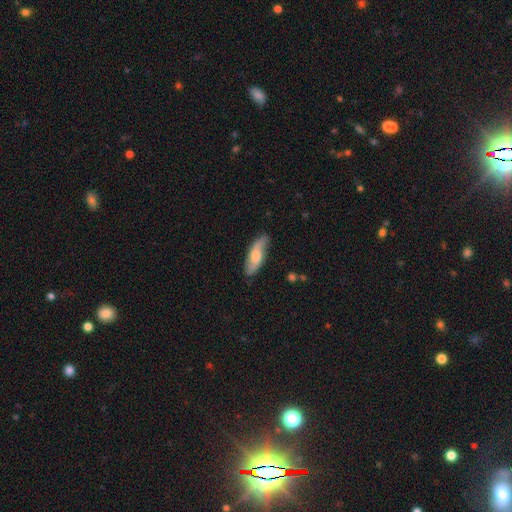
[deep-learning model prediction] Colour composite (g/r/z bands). It shows a featured or disk galaxy (50%). Merging: none (79%).